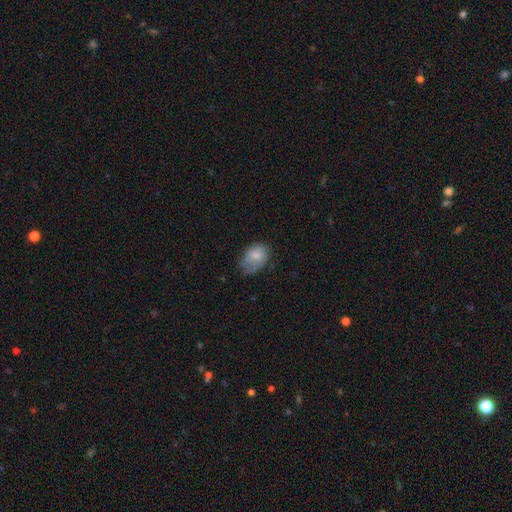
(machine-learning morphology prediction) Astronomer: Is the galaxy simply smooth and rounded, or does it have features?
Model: smooth — 75%.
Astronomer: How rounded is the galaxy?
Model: in between — 74%.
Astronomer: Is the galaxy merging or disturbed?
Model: none — 44% (runner-up: minor disturbance, 39%).